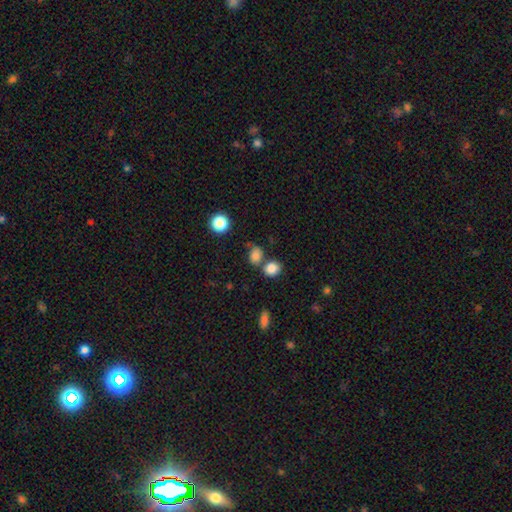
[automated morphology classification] smooth-or-featured: smooth: 82% | star or artifact: 12% | featured or disk: 6%
  how-rounded: in between: 52% | round: 46% | cigar-shaped: 2%
  merging: none: 57% | merger: 26% | minor disturbance: 13% | major disturbance: 4%